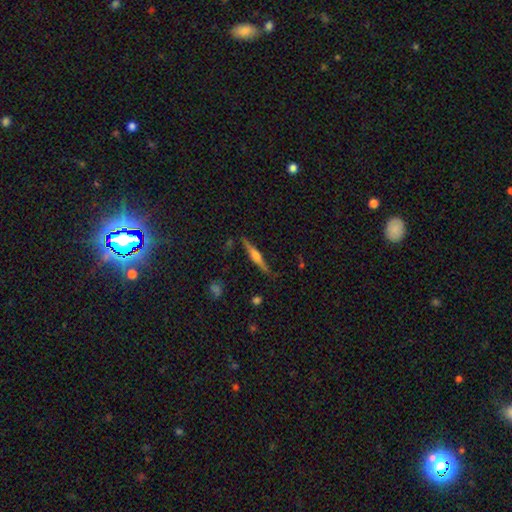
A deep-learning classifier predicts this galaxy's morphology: A featured or disk galaxy (65%) viewed edge-on (98%) with a rounded central bulge (81%).

Vote fractions:
- Smooth or featured? featured or disk: 65% / smooth: 28% / star or artifact: 6%
- Edge-on disk? yes: 98% / no: 2%
- Edge-on bulge? rounded: 81% / boxy: 12% / none: 7%
- Merging? none: 87% / minor disturbance: 9% / major disturbance: 2% / merger: 2%